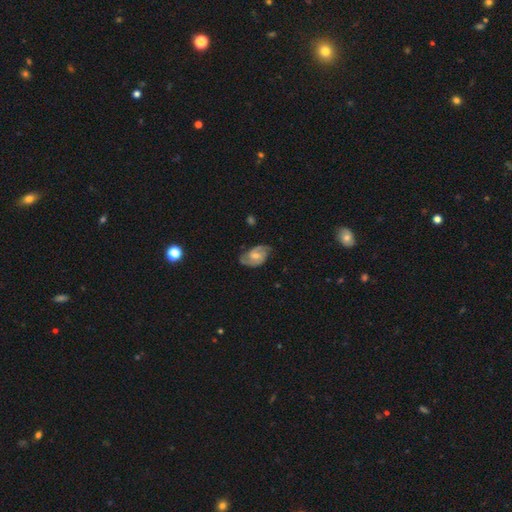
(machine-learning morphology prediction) A featured or disk galaxy (78%) with a weak bar (49%), 2 (88%) medium (49%) spiral arms (95%) and a moderate central bulge (51%).

Vote fractions:
- Smooth or featured? featured or disk: 78% / smooth: 16% / star or artifact: 6%
- Edge-on disk? no: 97% / yes: 3%
- Bar? weak: 49% / no: 40% / strong: 11%
- Spiral arms? yes: 95% / no: 5%
- Spiral winding? medium: 49% / tight: 35% / loose: 16%
- Spiral arm count? 2: 88% / can't tell: 6% / 3: 2% / 1: 2% / 4: 1% / more than 4: 1%
- Bulge size? moderate: 51% / small: 37% / none: 6% / large: 5% / dominant: 1%
- Merging? none: 75% / minor disturbance: 18% / major disturbance: 5% / merger: 1%